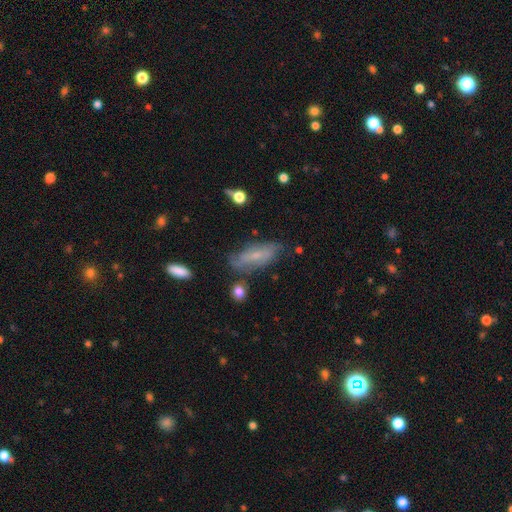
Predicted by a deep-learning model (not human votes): Q: Smooth or featured?
A: featured or disk (50%); runner-up: smooth (41%)
Q: Merging?
A: none (68%); runner-up: minor disturbance (22%)